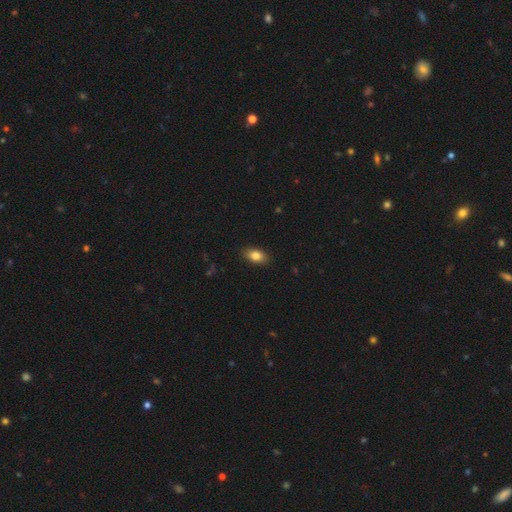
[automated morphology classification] Overall: smooth (83%). How rounded: in between (88%). Merging: none (88%).